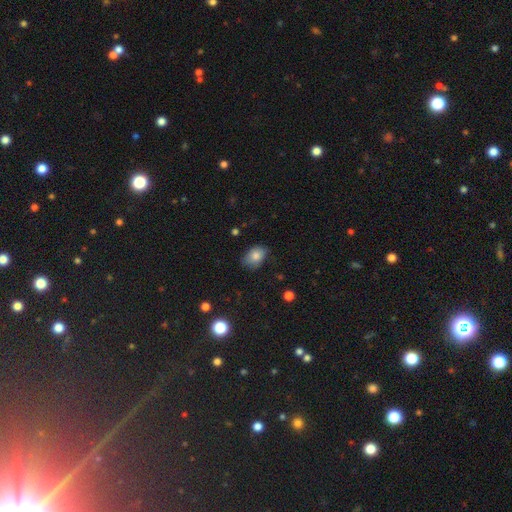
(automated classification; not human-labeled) Smooth or featured?
  - smooth: 80% *
  - featured or disk: 11%
  - star or artifact: 9%
How rounded?
  - in between: 81% *
  - round: 18%
  - cigar-shaped: 1%
Merging?
  - none: 68% *
  - minor disturbance: 25%
  - major disturbance: 5%
  - merger: 1%